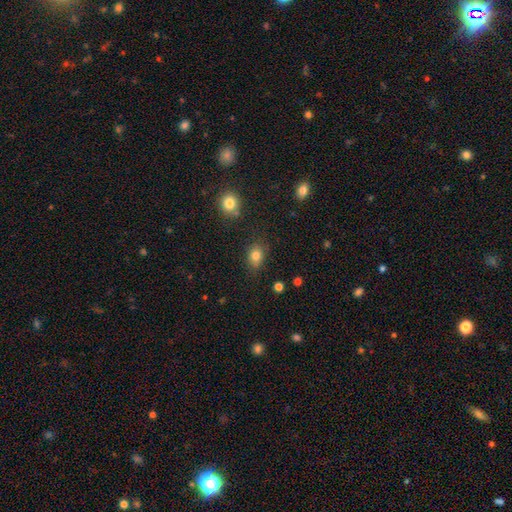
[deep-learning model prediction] This is clearly a smooth galaxy (82%). How rounded: likely in between (62%). Merging: likely none (78%).